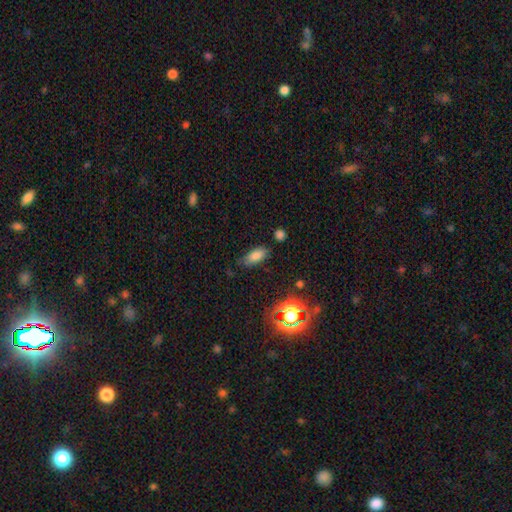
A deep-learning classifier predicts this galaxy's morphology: Smooth or featured: smooth — 79% (star or artifact — 13%)
How rounded: in between — 83% (cigar-shaped — 13%)
Merging: none — 73% (minor disturbance — 19%)